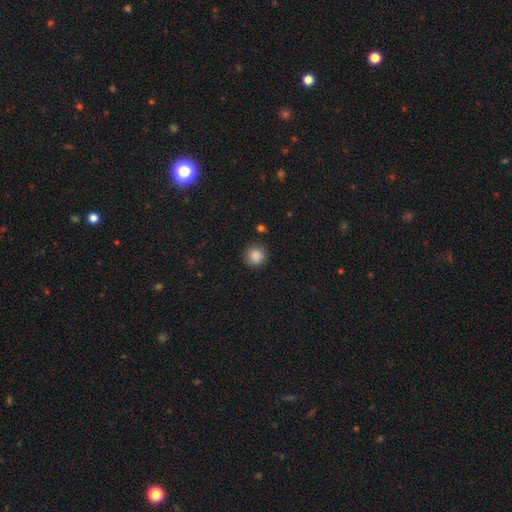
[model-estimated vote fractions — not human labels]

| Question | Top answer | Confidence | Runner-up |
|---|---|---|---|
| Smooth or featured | smooth | 87% | star or artifact (10%) |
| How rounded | round | 94% | in between (5%) |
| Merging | none | 88% | minor disturbance (7%) |